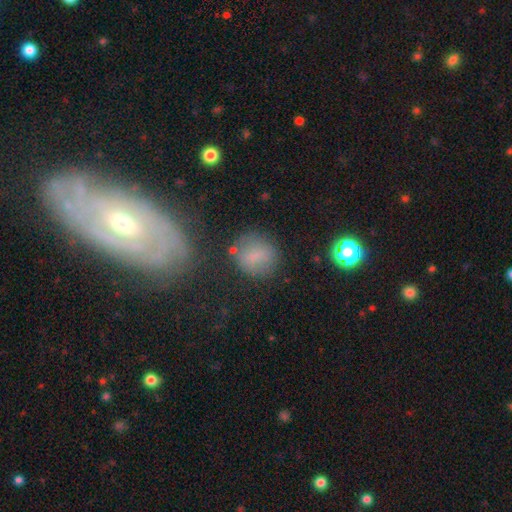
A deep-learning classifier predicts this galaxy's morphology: The model was most divided on "how rounded": round: 77%, in between: 21%, cigar-shaped: 2%. More confident: smooth or featured — smooth (73%); merging — none (72%).